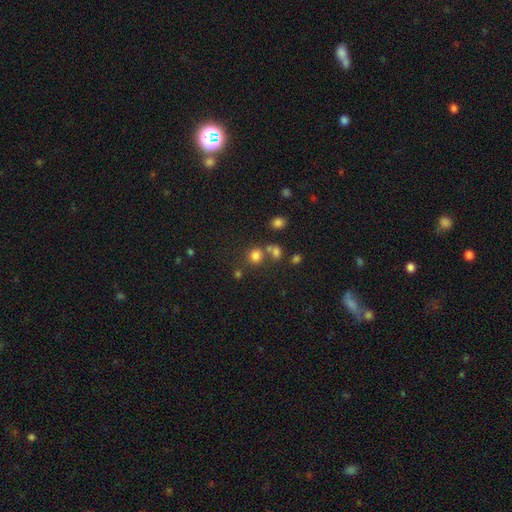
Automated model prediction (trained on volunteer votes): Q: Smooth or featured?
A: smooth (76%); runner-up: star or artifact (17%)
Q: How rounded?
A: round (81%); runner-up: in between (18%)
Q: Merging?
A: none (62%); runner-up: merger (24%)